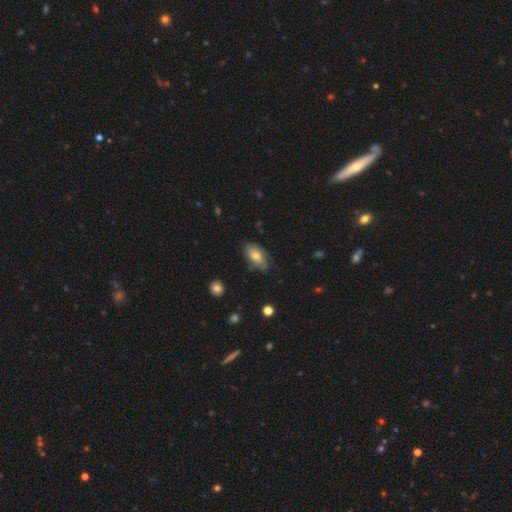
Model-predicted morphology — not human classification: Overall: smooth (58%; featured or disk 34%). How rounded: in between (91%). Merging: none (65%; minor disturbance 26%).